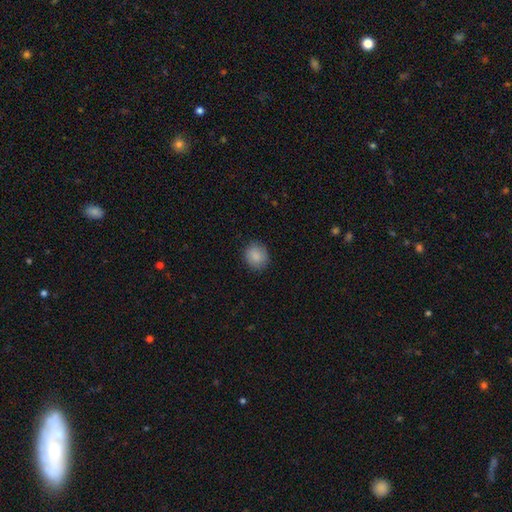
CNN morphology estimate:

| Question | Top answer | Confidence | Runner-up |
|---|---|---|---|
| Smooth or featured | smooth | 87% | star or artifact (7%) |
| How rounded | round | 78% | in between (21%) |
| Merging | none | 87% | minor disturbance (10%) |